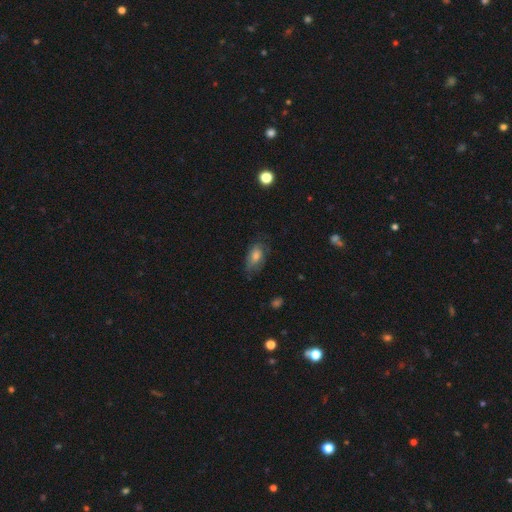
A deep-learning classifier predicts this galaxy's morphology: This is likely a smooth galaxy (62%). How rounded: clearly in between (86%). Merging: likely none (63%).